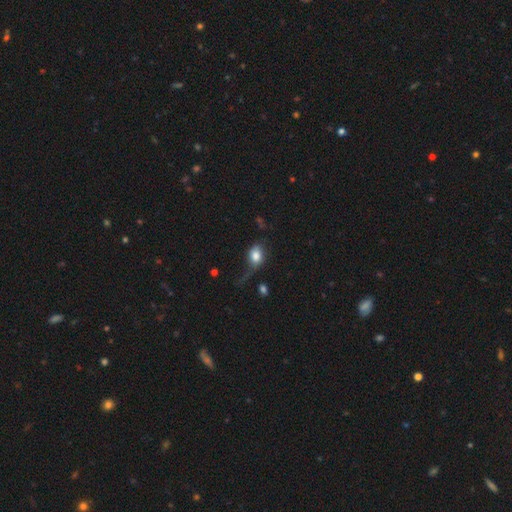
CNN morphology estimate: Q: Smooth or featured?
A: smooth (74%); runner-up: featured or disk (17%)
Q: How rounded?
A: in between (57%); runner-up: round (41%)
Q: Merging?
A: major disturbance (37%); runner-up: none (32%)